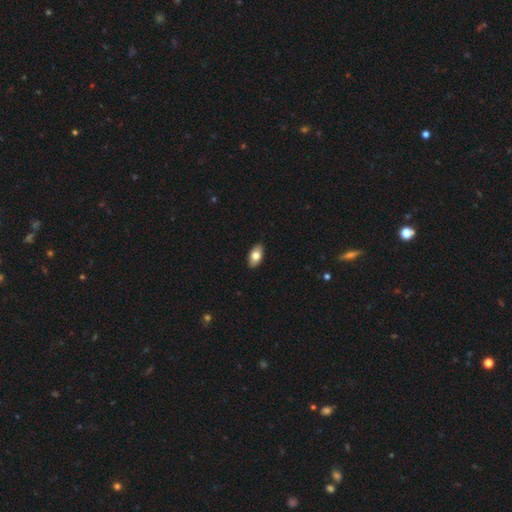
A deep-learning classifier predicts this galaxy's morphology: A smooth galaxy with no disk features (77%) that is in between round and cigar-shaped (93%).

Vote fractions:
- Smooth or featured? smooth: 77% / featured or disk: 16% / star or artifact: 6%
- How rounded? in between: 93% / round: 4% / cigar-shaped: 3%
- Merging? none: 91% / minor disturbance: 7% / major disturbance: 1% / merger: 1%